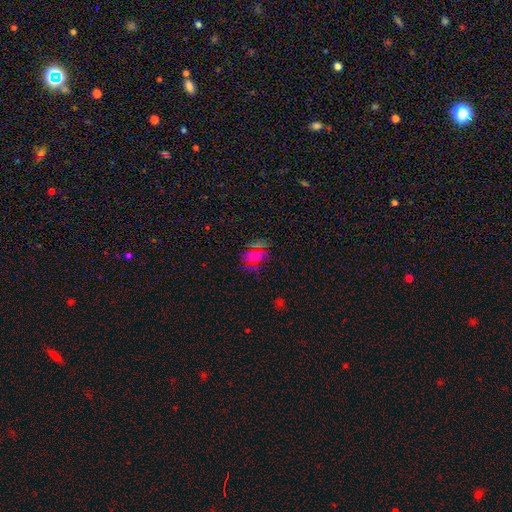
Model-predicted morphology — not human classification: Overall: smooth (59%; star or artifact 30%). How rounded: in between (64%; round 32%). Merging: none (76%).